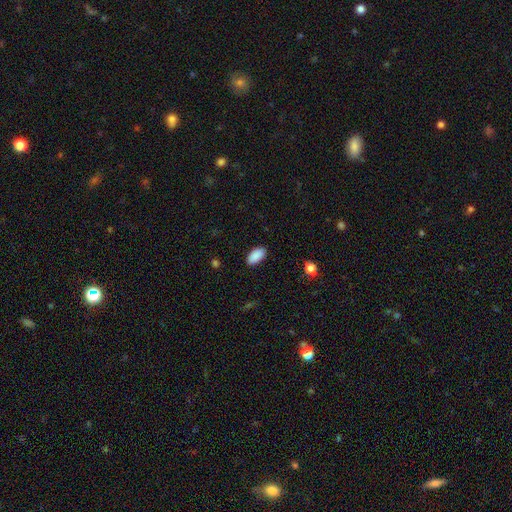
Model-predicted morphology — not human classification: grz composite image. It shows a smooth galaxy with no disk features (90%) that is in between round and cigar-shaped (95%). Merging: none (88%).